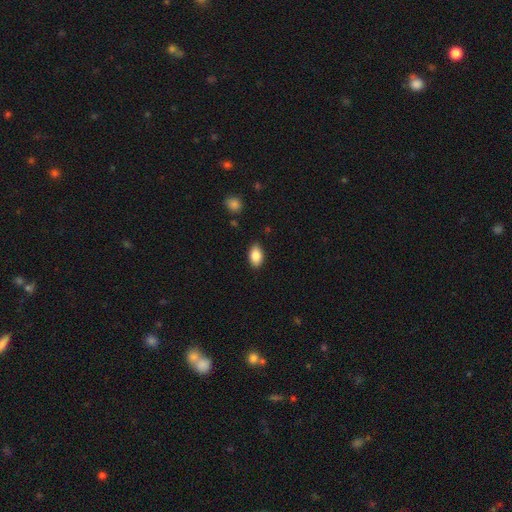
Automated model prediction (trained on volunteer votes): Smooth or featured? Predicted: smooth (p=0.86). How rounded? Predicted: in between (p=0.92). Merging? Predicted: none (p=0.86).